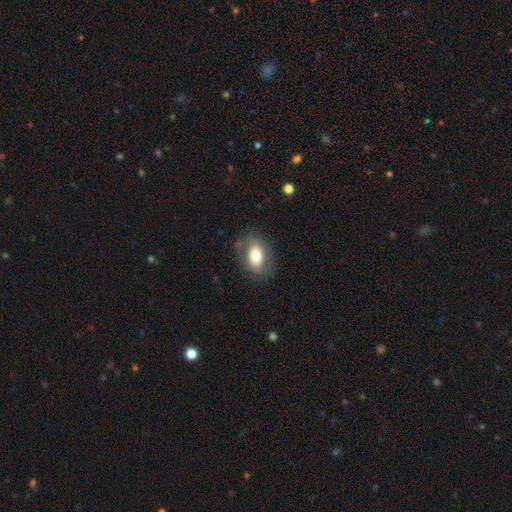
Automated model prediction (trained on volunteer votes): Overall: smooth (68%). How rounded: in between (88%). Merging: none (78%).